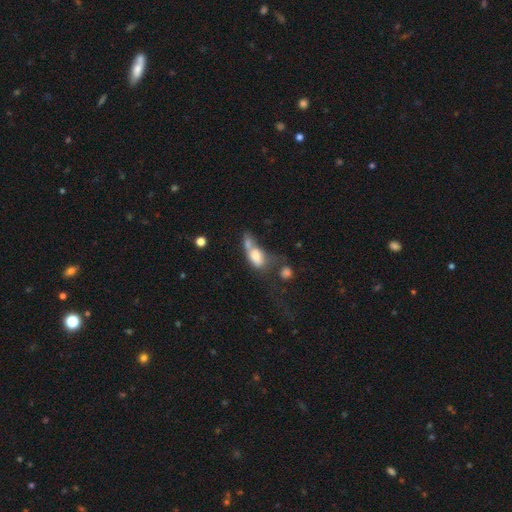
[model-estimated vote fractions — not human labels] Overall: smooth (61%; featured or disk 28%). How rounded: in between (75%). Merging: merger (51%; major disturbance 24%).